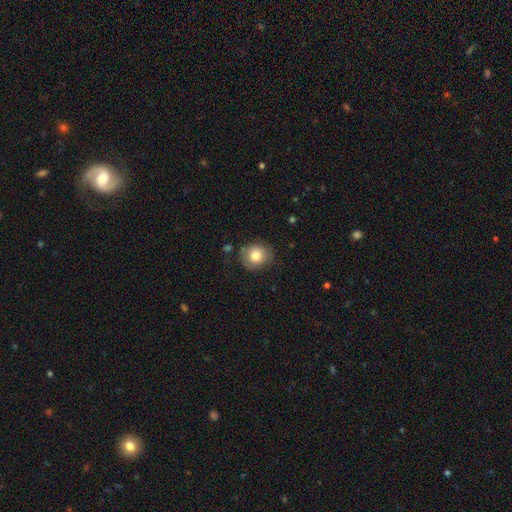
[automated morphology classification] Smooth or featured: smooth — 80% (featured or disk — 11%)
How rounded: round — 81% (in between — 18%)
Merging: none — 80% (minor disturbance — 14%)